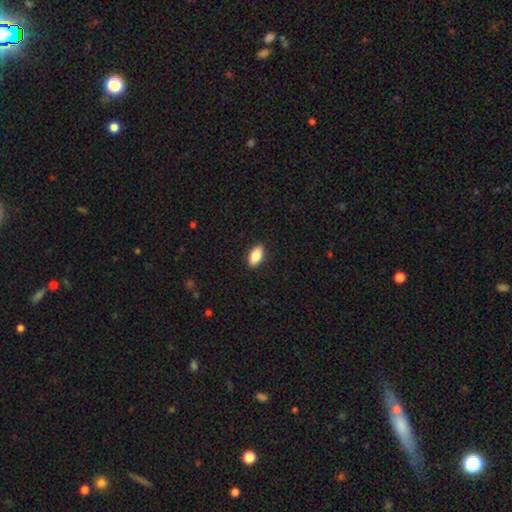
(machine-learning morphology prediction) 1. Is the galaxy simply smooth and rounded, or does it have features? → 87% smooth, 7% star or artifact, 6% featured or disk.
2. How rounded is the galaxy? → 93% in between, 4% cigar-shaped, 3% round.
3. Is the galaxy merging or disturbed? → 90% none, 7% minor disturbance, 2% major disturbance, 1% merger.